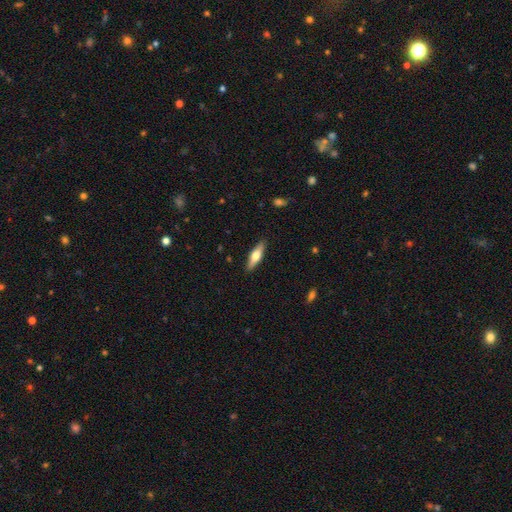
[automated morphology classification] This is possibly a smooth galaxy (48%). Merging: clearly none (89%).